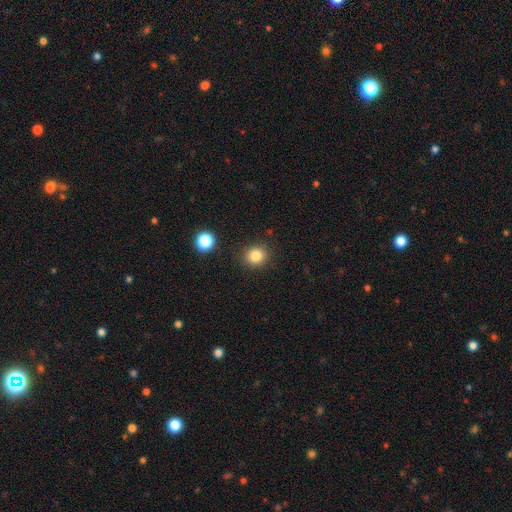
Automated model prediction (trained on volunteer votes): smooth-or-featured: smooth: 83% | star or artifact: 12% | featured or disk: 5%
  how-rounded: round: 81% | in between: 18% | cigar-shaped: 1%
  merging: none: 87% | minor disturbance: 7% | major disturbance: 3% | merger: 2%